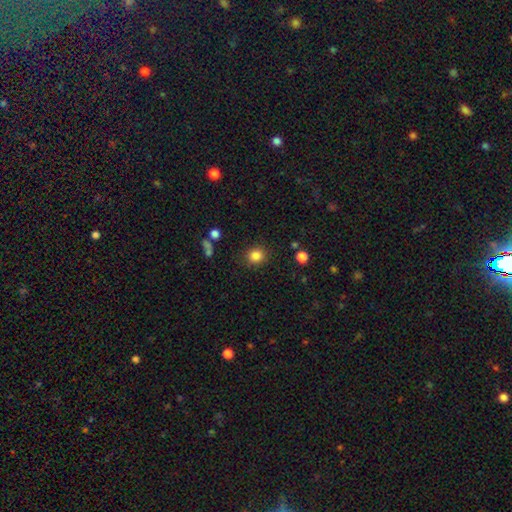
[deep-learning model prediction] This is clearly a smooth galaxy (85%). How rounded: clearly round (82%). Merging: clearly none (87%).